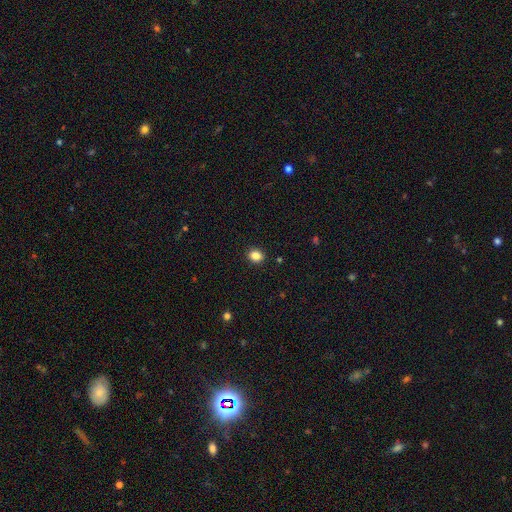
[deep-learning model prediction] This appears to be a smooth galaxy with no disk features (85%) that is round (63%). Merging: none (91%).